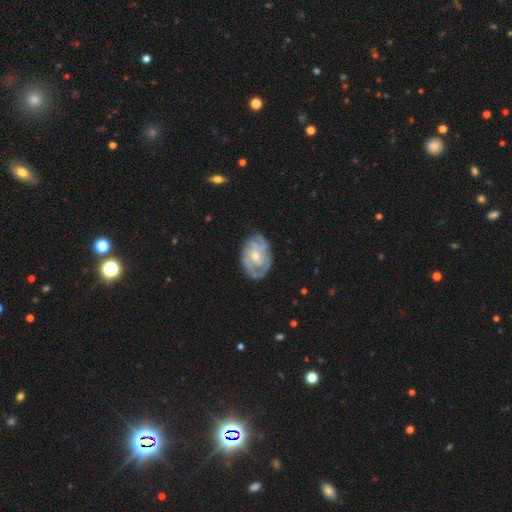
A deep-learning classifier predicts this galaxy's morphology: This appears to be a featured or disk galaxy (79%) with no bar (64%), tight (55%) spiral arms (89%) and a moderate central bulge (53%). Merging: none (71%).